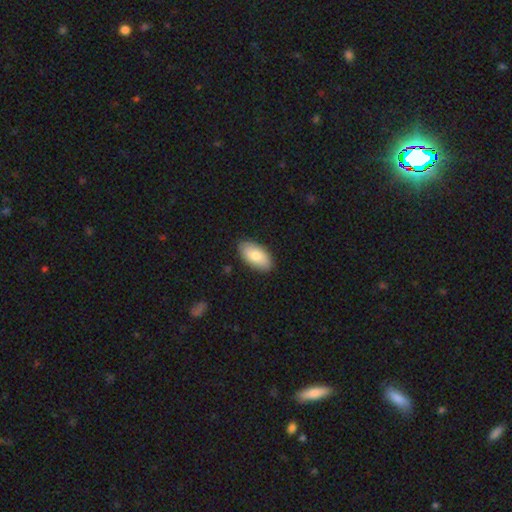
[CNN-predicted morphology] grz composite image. It shows a smooth galaxy with no disk features (83%) that is in between round and cigar-shaped (95%). Merging: none (86%).